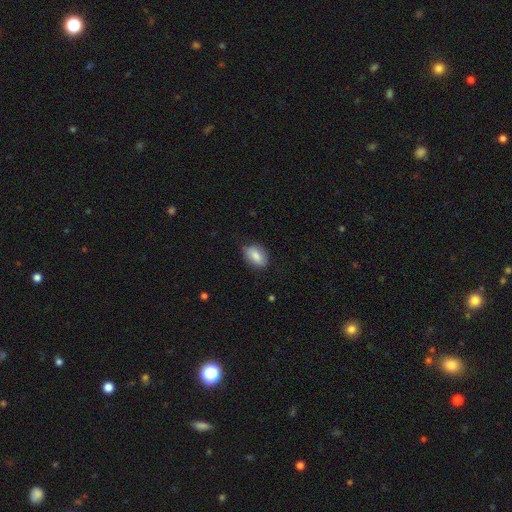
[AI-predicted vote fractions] Q: Smooth or featured?
A: smooth (81%); runner-up: featured or disk (12%)
Q: How rounded?
A: in between (85%); runner-up: round (13%)
Q: Merging?
A: none (77%); runner-up: minor disturbance (18%)